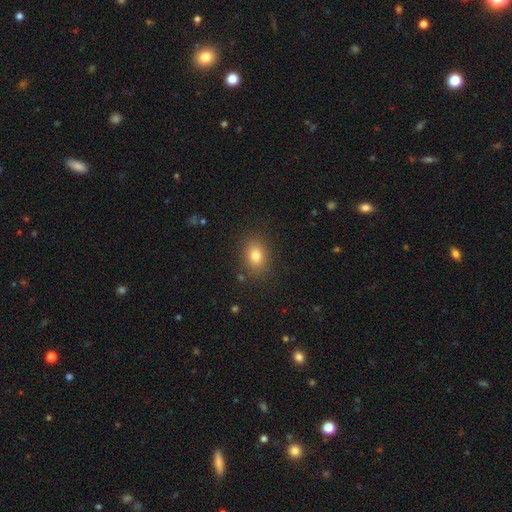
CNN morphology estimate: The model was most divided on "how rounded": in between: 65%, round: 34%, cigar-shaped: 1%. More confident: merging — none (86%); smooth or featured — smooth (80%).